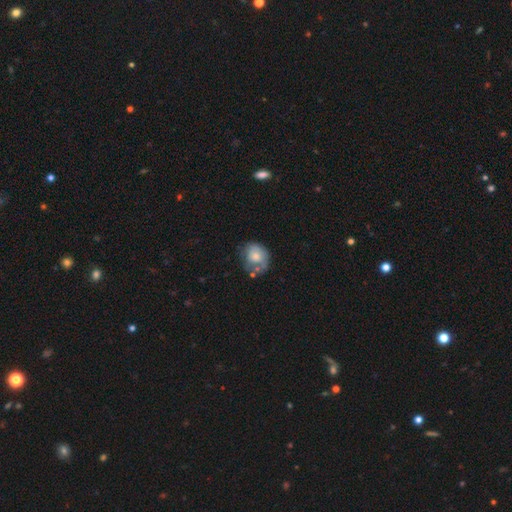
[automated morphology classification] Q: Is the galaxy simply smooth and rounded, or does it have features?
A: smooth — 65%.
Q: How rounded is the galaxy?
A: round — 62%.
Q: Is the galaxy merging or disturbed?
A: none — 45%.